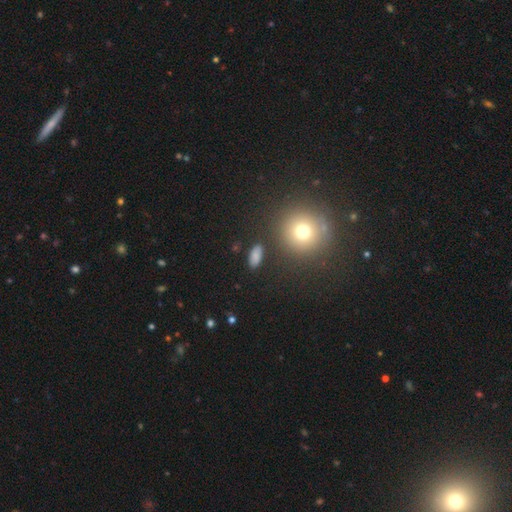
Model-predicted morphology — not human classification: smooth 81%, star or artifact 12%, featured or disk 7%. Down the decision tree: how rounded — in between (80%); merging — none (86%).